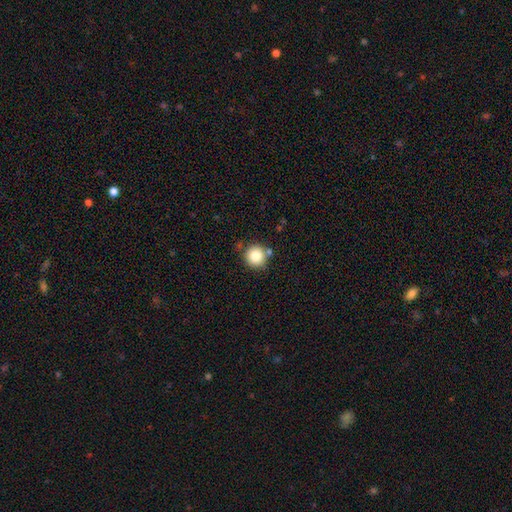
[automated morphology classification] Smooth or featured: smooth — 83% (star or artifact — 10%)
How rounded: round — 94% (in between — 5%)
Merging: none — 80% (minor disturbance — 9%)